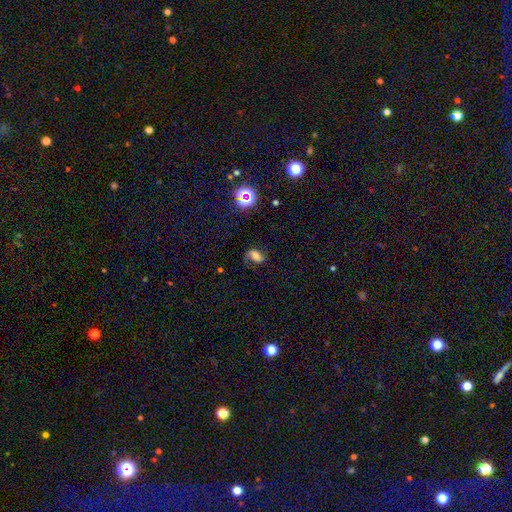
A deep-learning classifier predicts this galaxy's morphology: Q: Smooth or featured?
A: featured or disk (48%); runner-up: smooth (36%)
Q: Merging?
A: none (54%); runner-up: minor disturbance (22%)